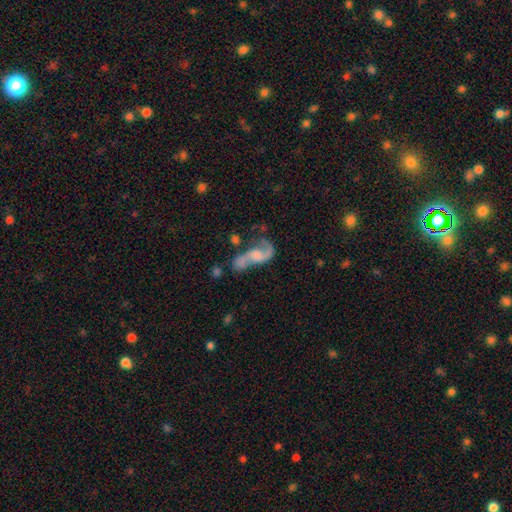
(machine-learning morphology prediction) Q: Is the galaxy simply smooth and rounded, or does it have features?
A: featured or disk — 77%.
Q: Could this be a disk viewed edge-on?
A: no — 95%.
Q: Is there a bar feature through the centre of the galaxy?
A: no — 57%.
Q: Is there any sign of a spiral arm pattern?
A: yes — 89%.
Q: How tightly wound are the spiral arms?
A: loose — 72%.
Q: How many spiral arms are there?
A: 2 — 86%.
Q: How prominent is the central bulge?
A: moderate — 35%.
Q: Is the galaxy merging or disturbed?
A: none — 38%.